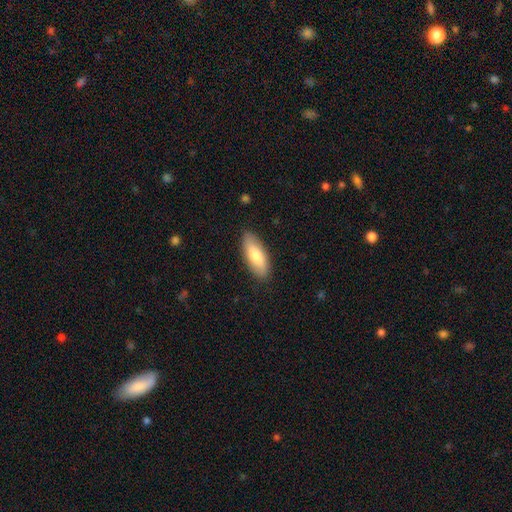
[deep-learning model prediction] smooth-or-featured: smooth: 78% | featured or disk: 16% | star or artifact: 5%
  how-rounded: in between: 76% | cigar-shaped: 22% | round: 2%
  merging: none: 86% | minor disturbance: 11% | major disturbance: 2% | merger: 1%